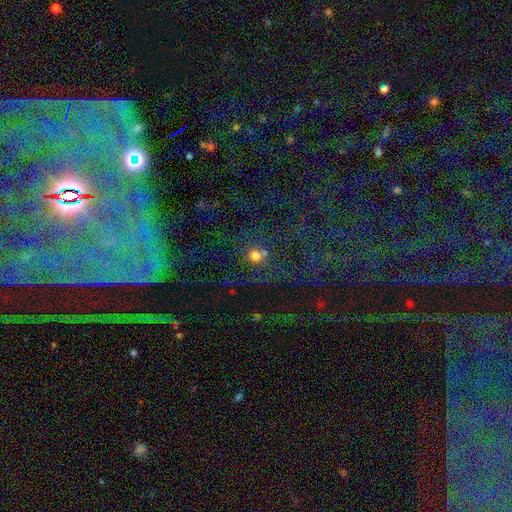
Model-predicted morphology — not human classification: smooth-or-featured: smooth: 65% | star or artifact: 24% | featured or disk: 12%
  how-rounded: round: 88% | in between: 10% | cigar-shaped: 1%
  merging: none: 60% | merger: 22% | minor disturbance: 11% | major disturbance: 7%